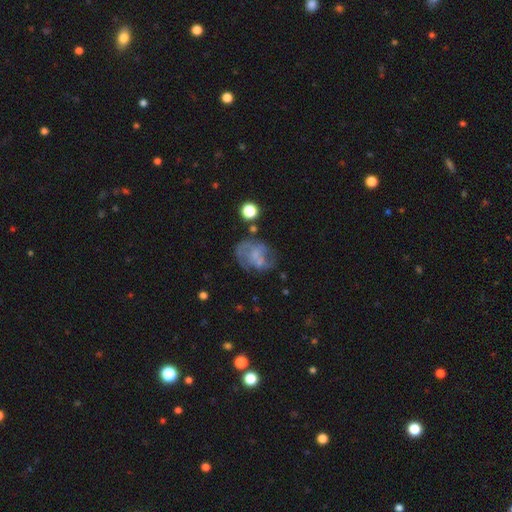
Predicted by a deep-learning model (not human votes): Smooth or featured: featured or disk — 59% (smooth — 29%)
Edge-on disk: no — 98% (yes — 2%)
Bar: no — 74% (weak — 22%)
Spiral arms: yes — 55% (no — 45%)
Bulge size: none — 43% (small — 37%)
Merging: none — 46% (major disturbance — 23%)